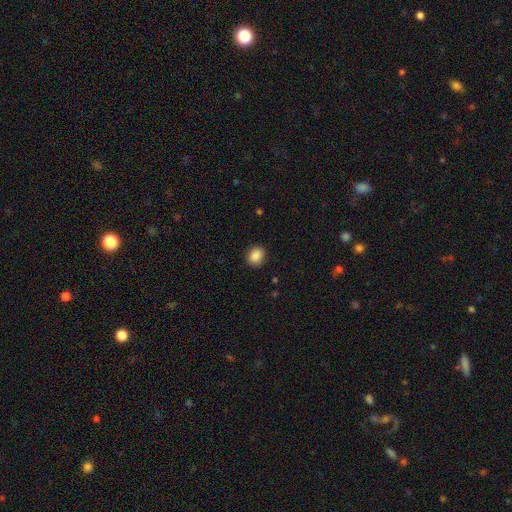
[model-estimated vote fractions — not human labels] Q: Smooth or featured?
A: smooth (88%); runner-up: star or artifact (9%)
Q: How rounded?
A: round (63%); runner-up: in between (36%)
Q: Merging?
A: none (90%); runner-up: minor disturbance (7%)